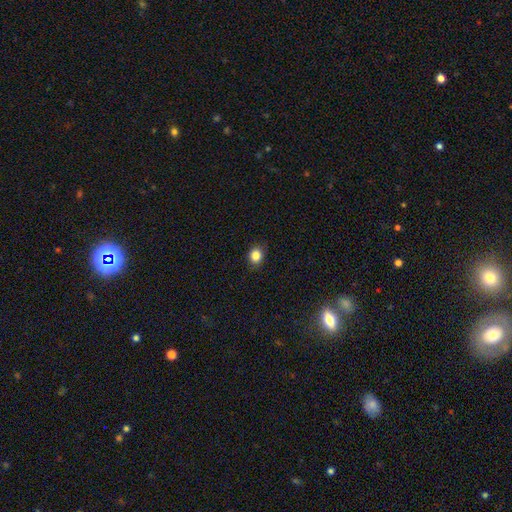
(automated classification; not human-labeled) smooth-or-featured: smooth: 85% | star or artifact: 11% | featured or disk: 4%
  how-rounded: round: 71% | in between: 28% | cigar-shaped: 1%
  merging: none: 88% | minor disturbance: 9% | major disturbance: 2% | merger: 1%